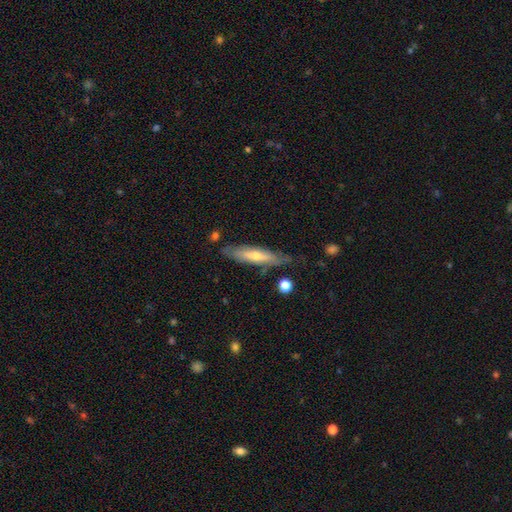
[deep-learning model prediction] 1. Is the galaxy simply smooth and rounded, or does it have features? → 51% featured or disk, 43% smooth, 6% star or artifact.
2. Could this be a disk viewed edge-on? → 68% yes, 32% no.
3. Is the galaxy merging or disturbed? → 72% none, 20% minor disturbance, 5% major disturbance, 3% merger.